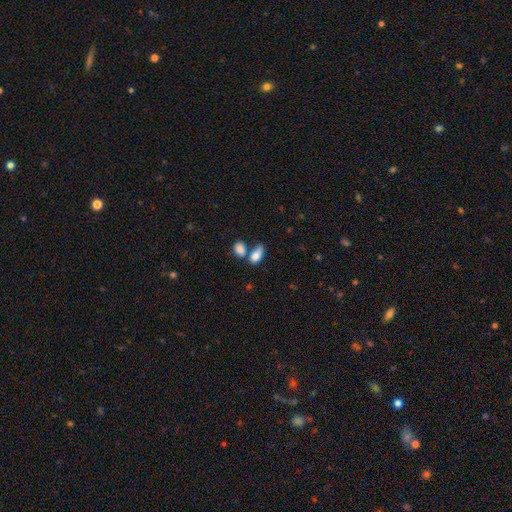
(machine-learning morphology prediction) type=smooth (83%); roundness=in between (87%); merging=merger (43%).